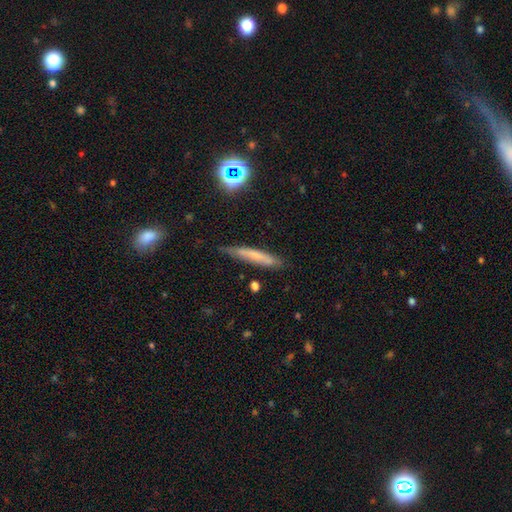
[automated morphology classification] The model was most divided on "smooth or featured": smooth: 55%, featured or disk: 35%, star or artifact: 11%. More confident: how rounded — cigar-shaped (91%); merging — none (72%).